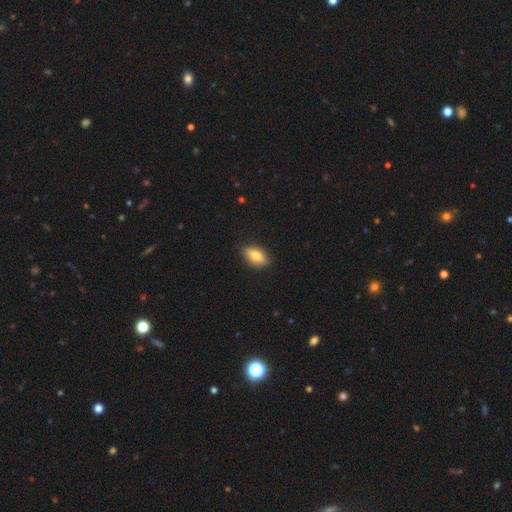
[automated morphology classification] Smooth or featured?
  - smooth: 73% *
  - featured or disk: 20%
  - star or artifact: 7%
How rounded?
  - in between: 85% *
  - cigar-shaped: 8%
  - round: 6%
Merging?
  - none: 87% *
  - minor disturbance: 10%
  - major disturbance: 2%
  - merger: 1%